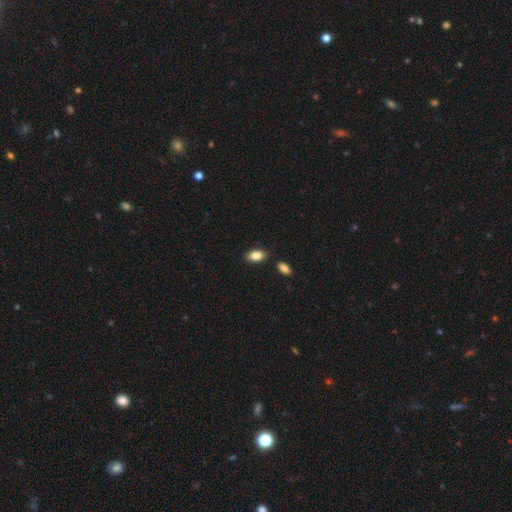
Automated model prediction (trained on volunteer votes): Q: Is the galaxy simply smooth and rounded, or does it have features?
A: smooth — 87%.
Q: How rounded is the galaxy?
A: in between — 92%.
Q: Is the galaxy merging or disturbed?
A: none — 83%.